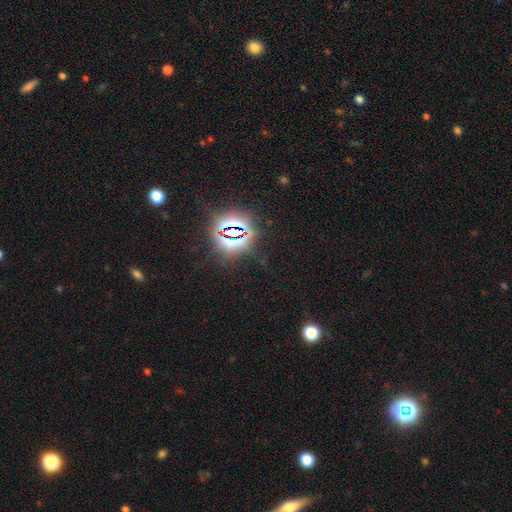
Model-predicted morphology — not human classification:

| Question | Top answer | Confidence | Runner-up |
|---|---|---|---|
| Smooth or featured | star or artifact | 81% | smooth (12%) |